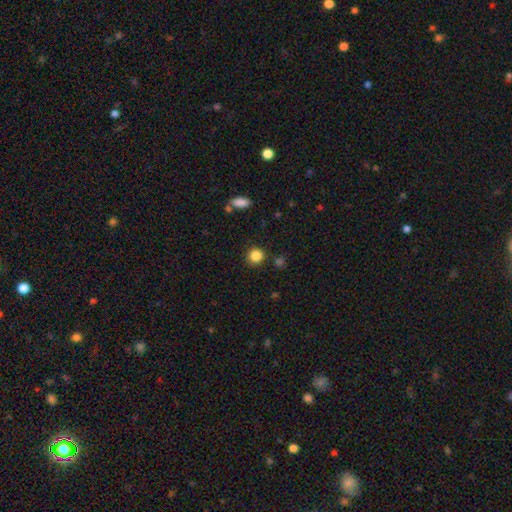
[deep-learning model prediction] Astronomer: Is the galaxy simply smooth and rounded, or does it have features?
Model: smooth — 85%.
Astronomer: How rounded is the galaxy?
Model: round — 89%.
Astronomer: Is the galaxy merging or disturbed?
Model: none — 87%.